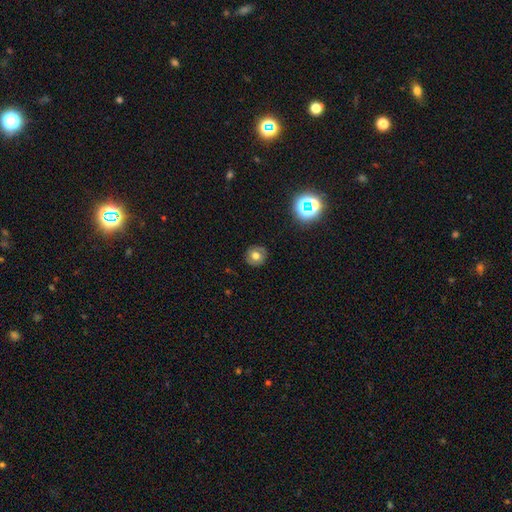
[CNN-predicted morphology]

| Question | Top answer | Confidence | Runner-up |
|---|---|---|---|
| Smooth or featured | smooth | 65% | featured or disk (21%) |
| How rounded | round | 89% | in between (10%) |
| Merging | none | 88% | minor disturbance (8%) |